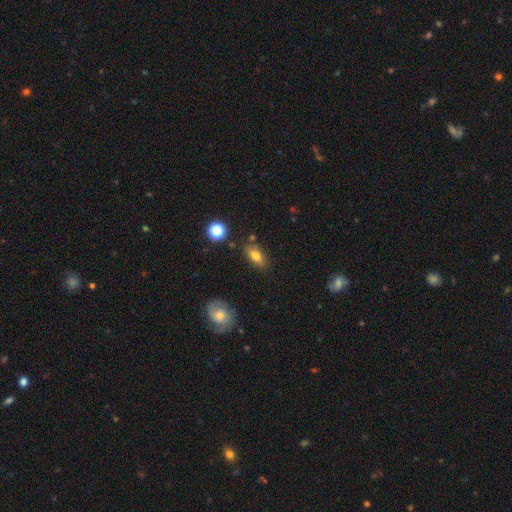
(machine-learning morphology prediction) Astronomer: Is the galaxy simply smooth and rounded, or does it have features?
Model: smooth — 74%.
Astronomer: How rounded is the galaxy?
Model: in between — 81%.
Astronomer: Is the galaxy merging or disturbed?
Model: none — 79%.